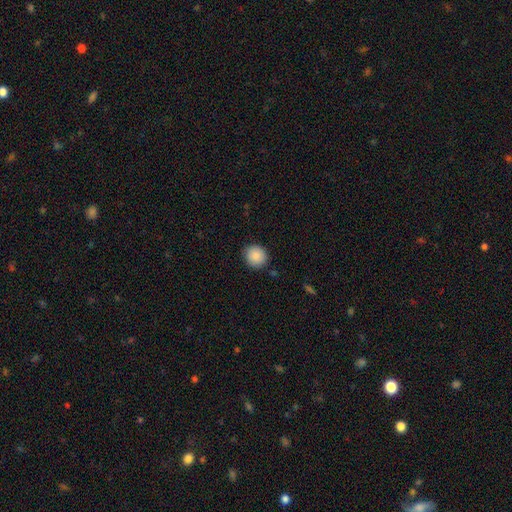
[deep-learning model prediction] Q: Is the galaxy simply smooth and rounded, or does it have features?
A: smooth — 89%.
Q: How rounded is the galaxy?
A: round — 91%.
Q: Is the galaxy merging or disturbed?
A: none — 89%.